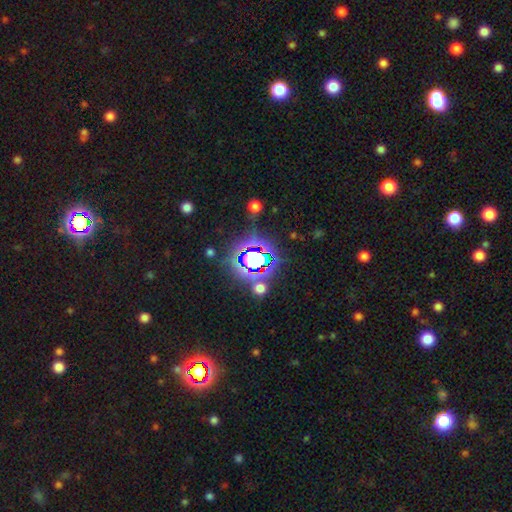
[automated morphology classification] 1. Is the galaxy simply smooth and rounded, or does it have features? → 73% star or artifact, 17% smooth, 10% featured or disk.